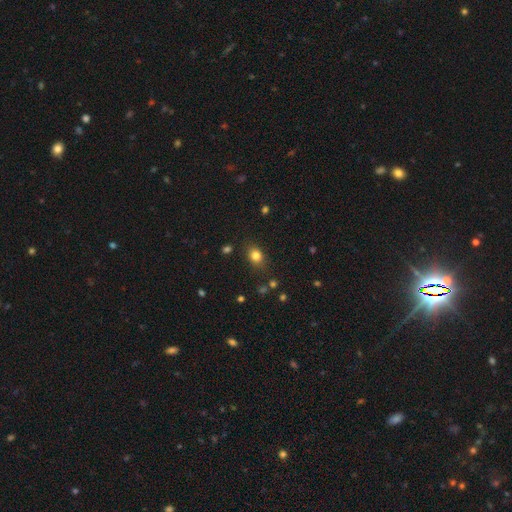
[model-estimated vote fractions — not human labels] Smooth or featured?
  - smooth: 81% *
  - star or artifact: 12%
  - featured or disk: 7%
How rounded?
  - in between: 58% *
  - round: 41%
  - cigar-shaped: 1%
Merging?
  - none: 82% *
  - minor disturbance: 13%
  - major disturbance: 4%
  - merger: 2%